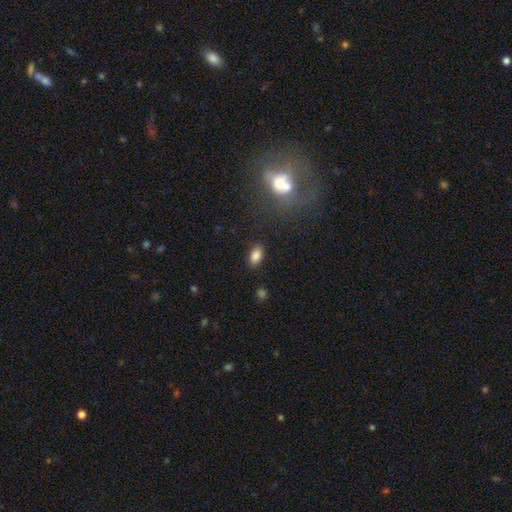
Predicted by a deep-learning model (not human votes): This appears to be a smooth galaxy with no disk features (85%) that is in between round and cigar-shaped (90%). Merging: none (85%).